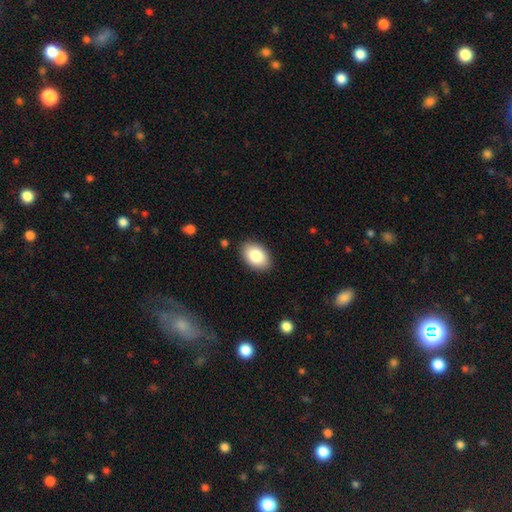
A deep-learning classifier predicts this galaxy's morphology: The model was most divided on "smooth or featured": smooth: 83%, featured or disk: 10%, star or artifact: 7%. More confident: how rounded — in between (90%); merging — none (88%).